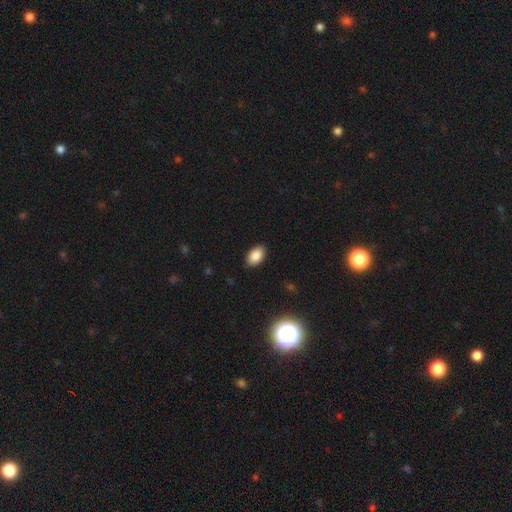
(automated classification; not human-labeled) Overall: smooth (86%). How rounded: in between (92%). Merging: none (88%).